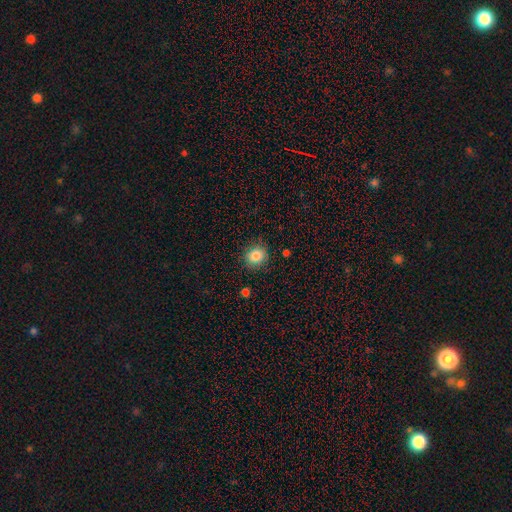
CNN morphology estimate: smooth_or_featured: smooth (p=0.84) [alt: star or artifact p=0.10]
how_rounded: round (p=0.81) [alt: in between p=0.18]
merging: none (p=0.86) [alt: minor disturbance p=0.10]